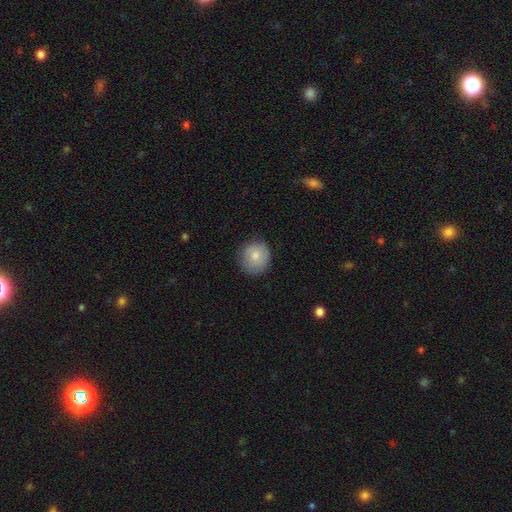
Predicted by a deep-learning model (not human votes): Smooth or featured? Predicted: smooth (p=0.78). How rounded? Predicted: round (p=0.87). Merging? Predicted: none (p=0.81).